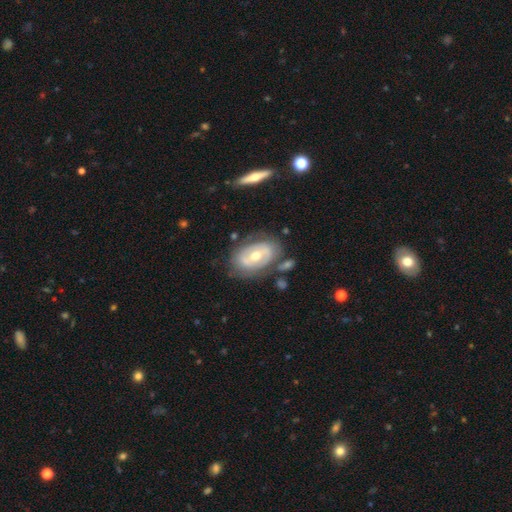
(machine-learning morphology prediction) smooth_or_featured: featured or disk (p=0.68) [alt: smooth p=0.26]
disk_edge_on: no (p=0.93) [alt: yes p=0.07]
bar: no (p=0.45) [alt: weak p=0.34]
has_spiral_arms: yes (p=0.56) [alt: no p=0.44]
bulge_size: moderate (p=0.70) [alt: small p=0.23]
merging: none (p=0.68) [alt: minor disturbance p=0.18]